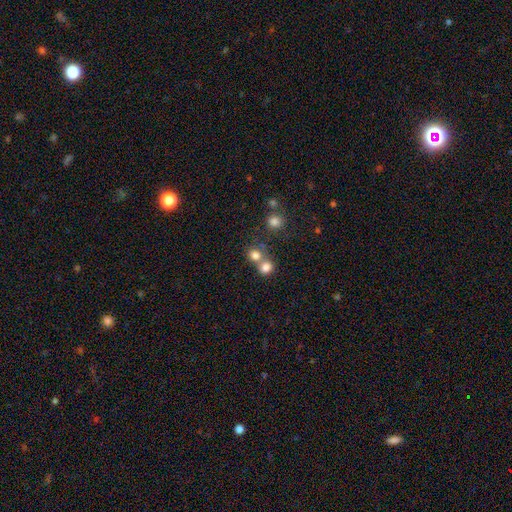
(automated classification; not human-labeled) Smooth or featured?
  - smooth: 79% *
  - star or artifact: 13%
  - featured or disk: 8%
How rounded?
  - round: 81% *
  - in between: 18%
  - cigar-shaped: 1%
Merging?
  - merger: 46% *
  - none: 45%
  - minor disturbance: 6%
  - major disturbance: 3%